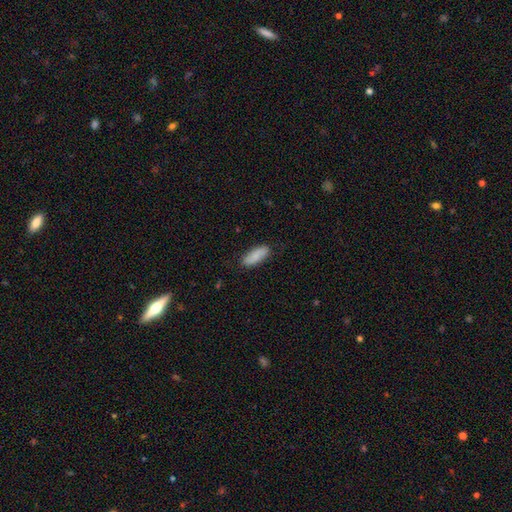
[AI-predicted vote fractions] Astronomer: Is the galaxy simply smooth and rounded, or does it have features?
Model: smooth — 85%.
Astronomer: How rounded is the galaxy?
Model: in between — 70%.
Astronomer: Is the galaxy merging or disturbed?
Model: none — 83%.